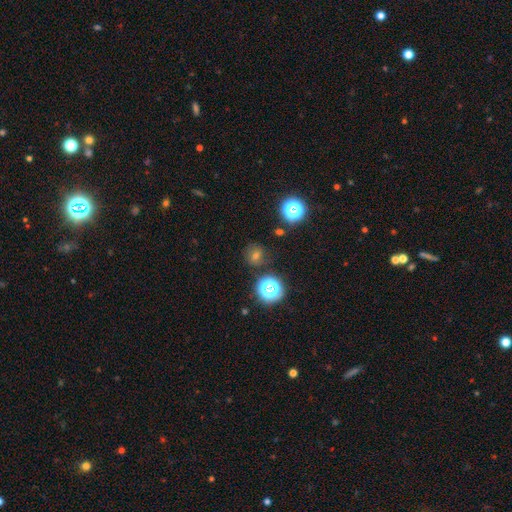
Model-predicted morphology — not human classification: smooth-or-featured: smooth: 49% | star or artifact: 40% | featured or disk: 11%
  merging: none: 82% | minor disturbance: 10% | major disturbance: 4% | merger: 4%